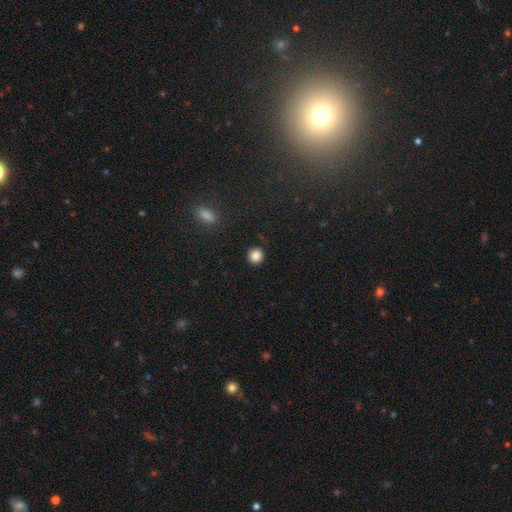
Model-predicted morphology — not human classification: A smooth galaxy with no disk features (86%) that is round (88%). Merging: none (90%).